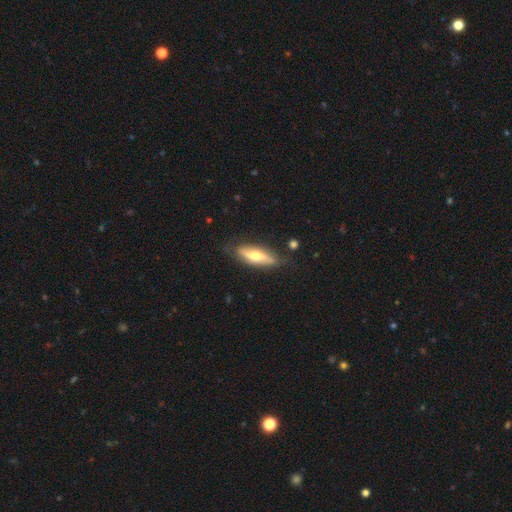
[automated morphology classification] Smooth or featured: featured or disk — 54% (smooth — 40%)
Edge-on disk: yes — 57% (no — 43%)
Merging: none — 74% (minor disturbance — 20%)